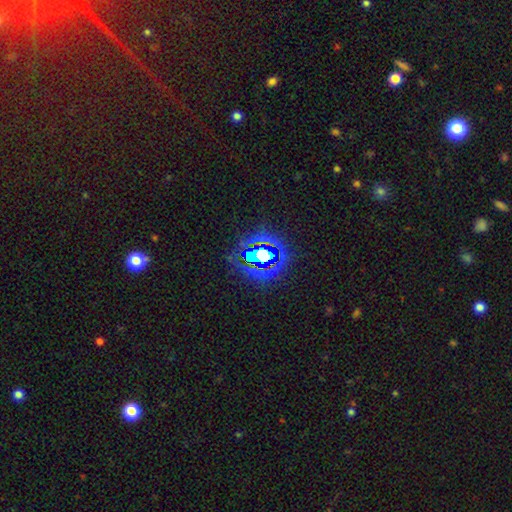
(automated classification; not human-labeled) Smooth or featured? Predicted: star or artifact (p=0.76).